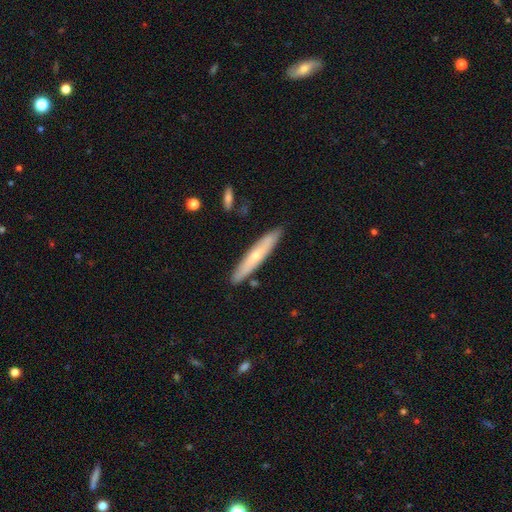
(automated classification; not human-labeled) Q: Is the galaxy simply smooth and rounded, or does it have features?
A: smooth — 50%.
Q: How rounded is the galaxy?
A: cigar-shaped — 92%.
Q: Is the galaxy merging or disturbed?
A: none — 87%.